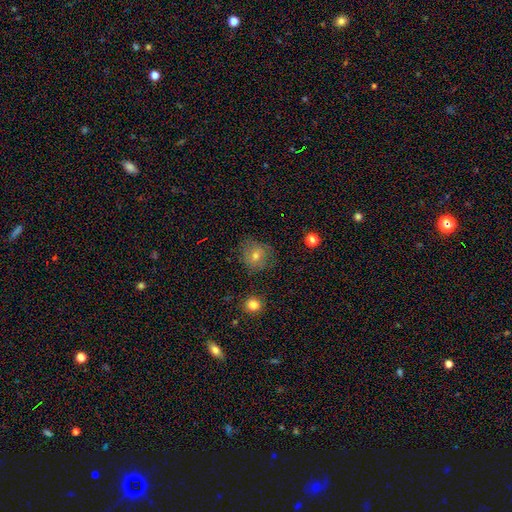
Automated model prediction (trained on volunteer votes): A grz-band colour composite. It shows a smooth galaxy with no disk features (59%) that is round (86%). Merging: none (78%).